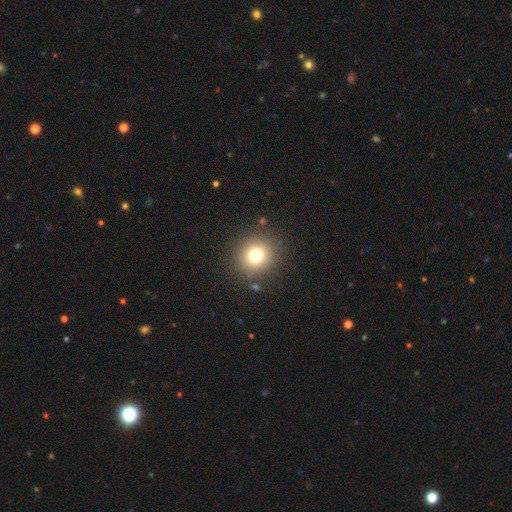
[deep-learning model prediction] A smooth galaxy with no disk features (76%) that is round (90%).

Vote fractions:
- Smooth or featured? smooth: 76% / star or artifact: 14% / featured or disk: 9%
- How rounded? round: 90% / in between: 9% / cigar-shaped: 1%
- Merging? none: 87% / minor disturbance: 7% / major disturbance: 3% / merger: 3%